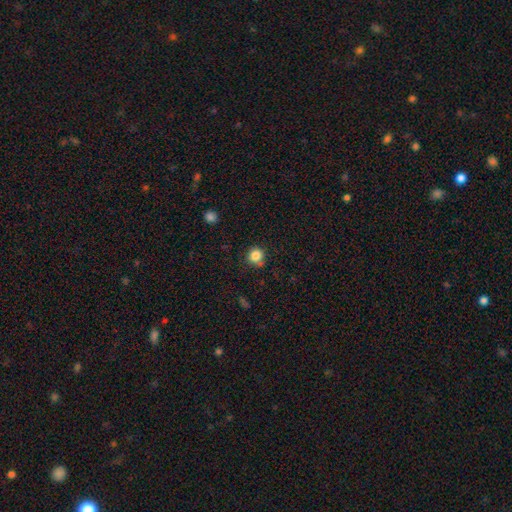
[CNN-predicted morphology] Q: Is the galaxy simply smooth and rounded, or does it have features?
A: smooth — 84%.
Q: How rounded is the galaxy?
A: round — 89%.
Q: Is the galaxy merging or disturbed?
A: none — 74%.